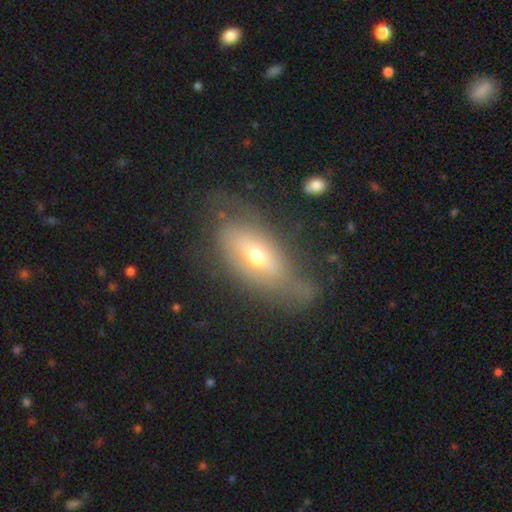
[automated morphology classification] A featured or disk galaxy (52%).

Vote fractions:
- Smooth or featured? featured or disk: 52% / smooth: 40% / star or artifact: 8%
- Edge-on disk? no: 76% / yes: 24%
- Merging? none: 50% / minor disturbance: 29% / major disturbance: 18% / merger: 3%